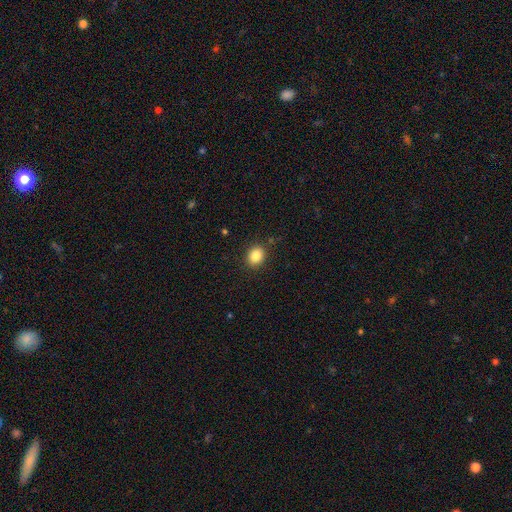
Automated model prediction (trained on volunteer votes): Q: Smooth or featured?
A: smooth (85%); runner-up: star or artifact (10%)
Q: How rounded?
A: round (54%); runner-up: in between (45%)
Q: Merging?
A: none (88%); runner-up: minor disturbance (9%)